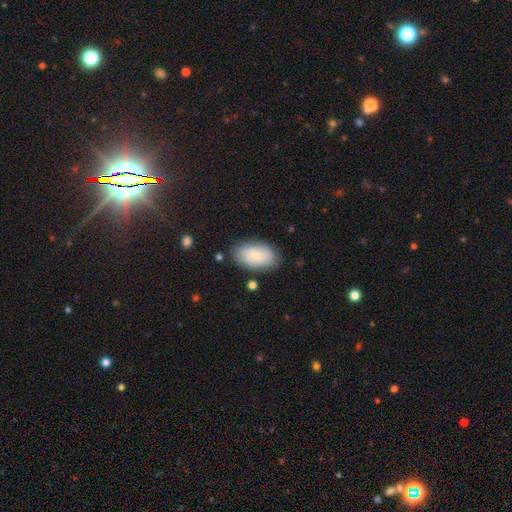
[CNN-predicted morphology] Smooth or featured?
  - smooth: 70% *
  - featured or disk: 23%
  - star or artifact: 7%
How rounded?
  - in between: 94% *
  - round: 4%
  - cigar-shaped: 2%
Merging?
  - none: 80% *
  - minor disturbance: 14%
  - major disturbance: 4%
  - merger: 2%